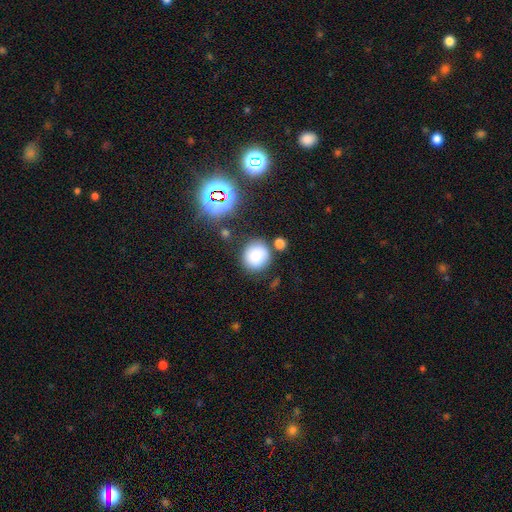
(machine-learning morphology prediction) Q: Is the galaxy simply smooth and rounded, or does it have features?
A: smooth — 77%.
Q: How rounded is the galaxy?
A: round — 85%.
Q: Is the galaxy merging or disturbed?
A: none — 77%.